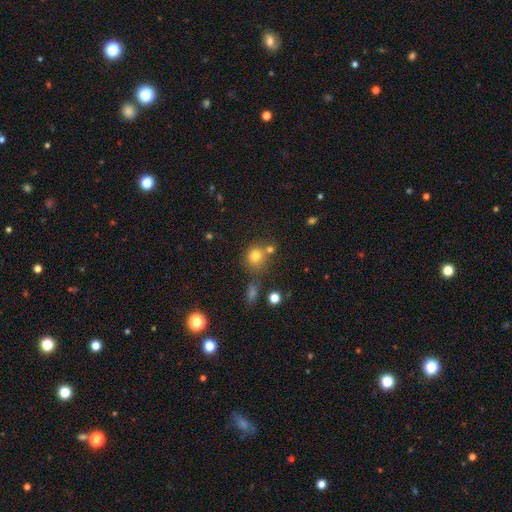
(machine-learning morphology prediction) The model was most divided on "merging": none: 62%, merger: 21%, minor disturbance: 12%, major disturbance: 5%. More confident: how rounded — round (85%); smooth or featured — smooth (76%).